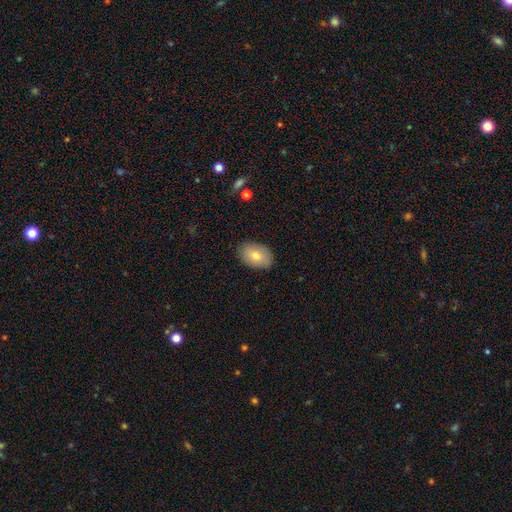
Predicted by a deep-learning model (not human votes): This appears to be a smooth galaxy with no disk features (76%) that is in between round and cigar-shaped (88%). Merging: none (87%).